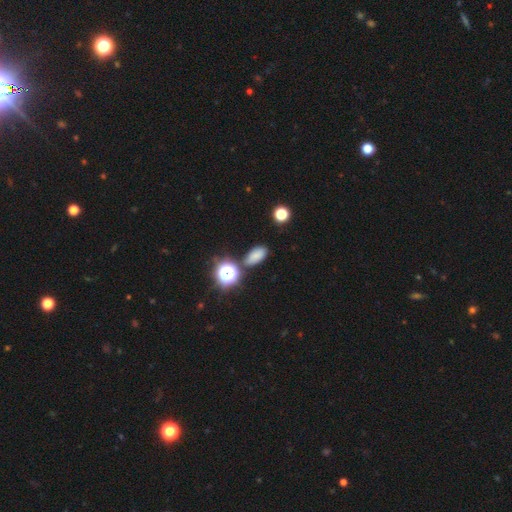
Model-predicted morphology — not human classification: Q: Smooth or featured?
A: smooth (75%); runner-up: star or artifact (18%)
Q: How rounded?
A: in between (86%); runner-up: round (10%)
Q: Merging?
A: none (78%); runner-up: minor disturbance (12%)